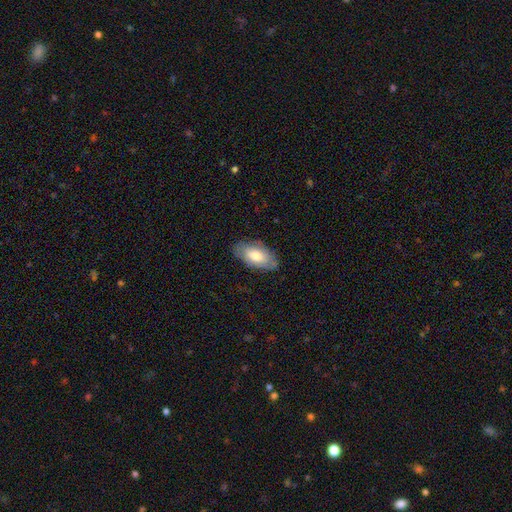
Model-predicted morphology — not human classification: The model was most divided on "smooth or featured": smooth: 72%, featured or disk: 22%, star or artifact: 6%. More confident: how rounded — in between (94%); merging — none (79%).